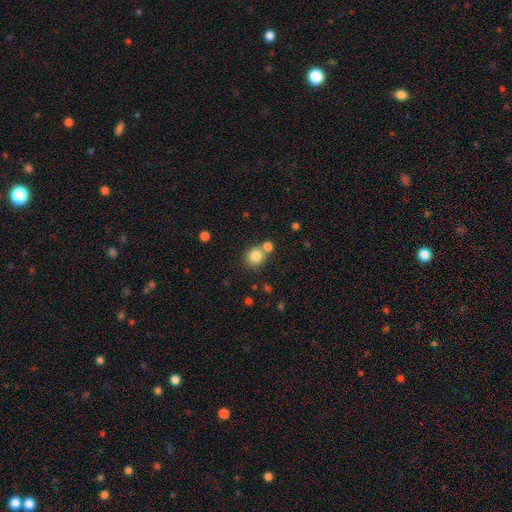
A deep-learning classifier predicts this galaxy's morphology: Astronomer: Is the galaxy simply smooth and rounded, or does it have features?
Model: smooth — 82%.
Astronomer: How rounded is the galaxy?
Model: round — 82%.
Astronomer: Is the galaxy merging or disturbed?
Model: none — 59%.